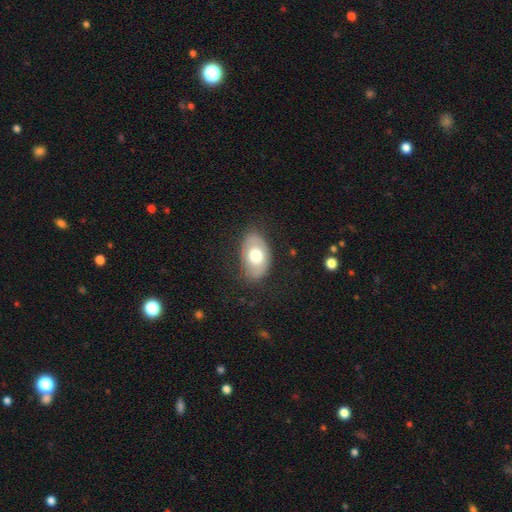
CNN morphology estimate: Smooth or featured? Predicted: smooth (p=0.64). How rounded? Predicted: in between (p=0.90). Merging? Predicted: none (p=0.75).